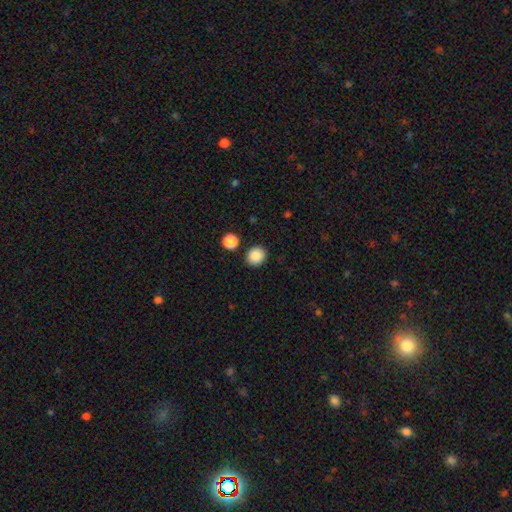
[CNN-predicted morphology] Smooth or featured?
  - smooth: 87% *
  - star or artifact: 10%
  - featured or disk: 3%
How rounded?
  - round: 82% *
  - in between: 17%
  - cigar-shaped: 1%
Merging?
  - none: 88% *
  - minor disturbance: 6%
  - merger: 3%
  - major disturbance: 2%